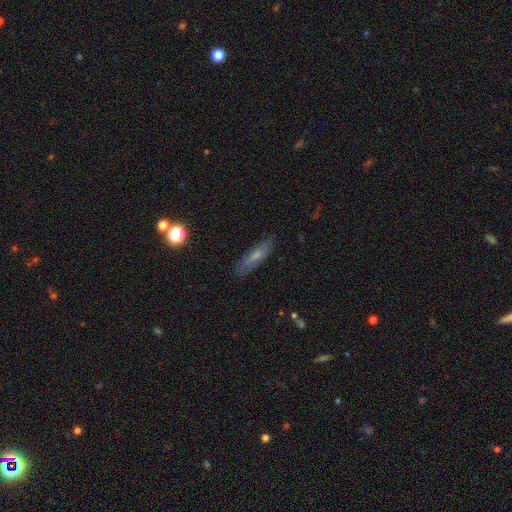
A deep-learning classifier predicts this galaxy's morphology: Smooth or featured: smooth — 60% (featured or disk — 31%)
How rounded: cigar-shaped — 71% (in between — 26%)
Merging: none — 83% (minor disturbance — 13%)